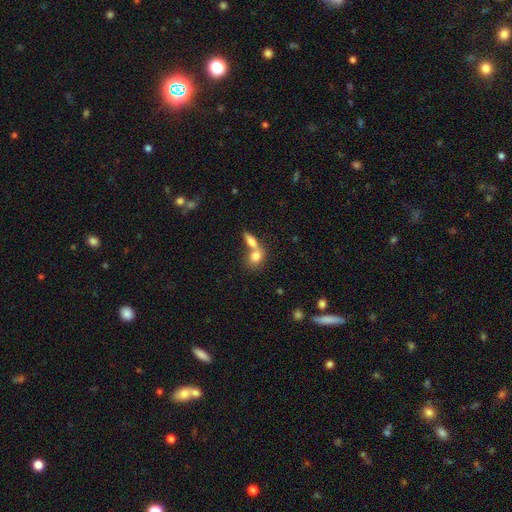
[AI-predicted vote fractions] Morphology: type=smooth (78%); roundness=in between (54%); merging=merger (59%).